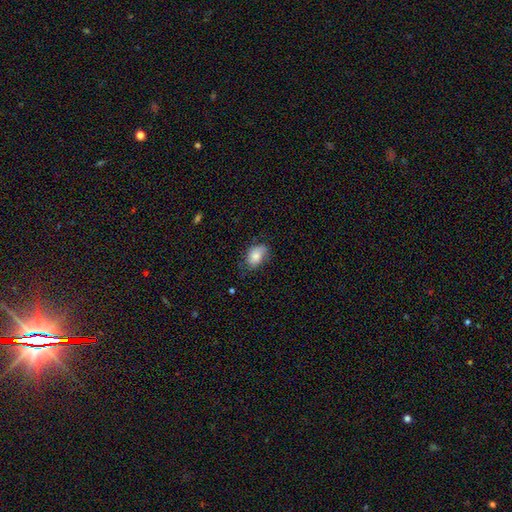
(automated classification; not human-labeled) This appears to be a smooth galaxy with no disk features (80%) that is in between round and cigar-shaped (86%). Merging: none (59%).